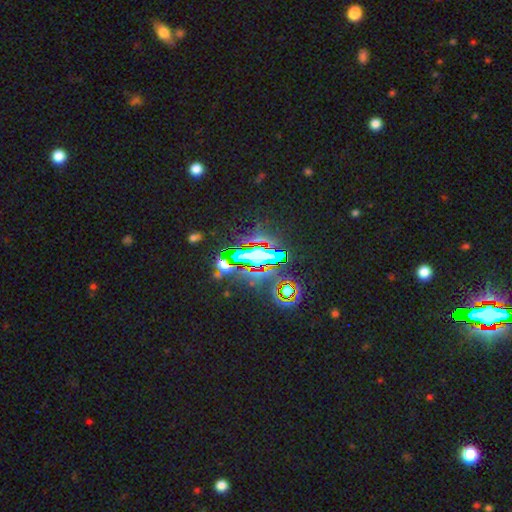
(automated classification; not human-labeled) Smooth or featured? star or artifact (71%)